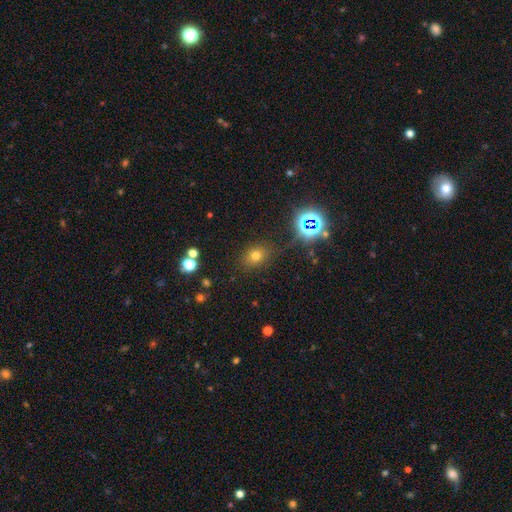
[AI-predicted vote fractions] This is likely a smooth galaxy (65%). How rounded: possibly round (53%). Merging: clearly none (81%).